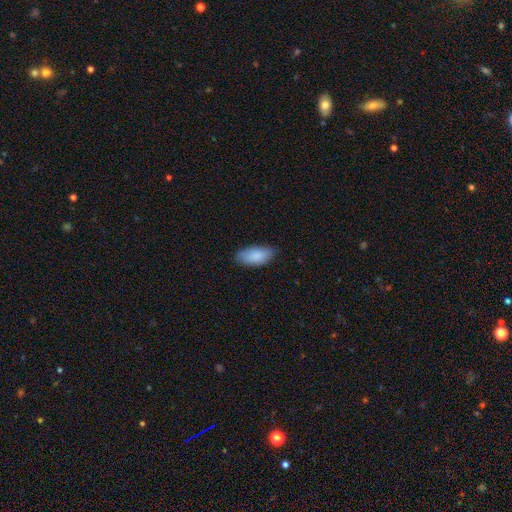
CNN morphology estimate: A smooth galaxy with no disk features (87%) that is in between round and cigar-shaped (92%). Merging: none (80%).